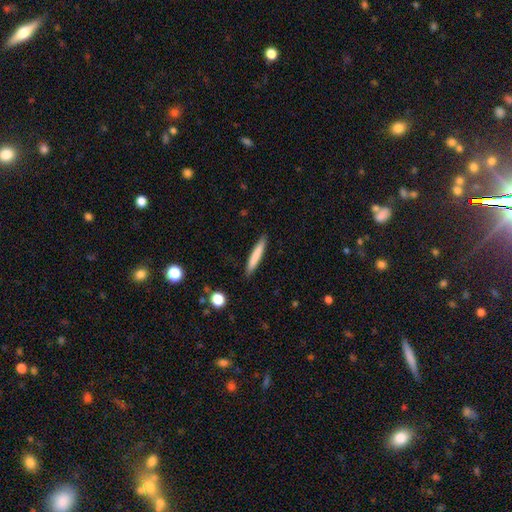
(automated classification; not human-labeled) Q: Smooth or featured?
A: smooth (77%); runner-up: featured or disk (17%)
Q: How rounded?
A: cigar-shaped (94%); runner-up: in between (4%)
Q: Merging?
A: none (90%); runner-up: minor disturbance (7%)